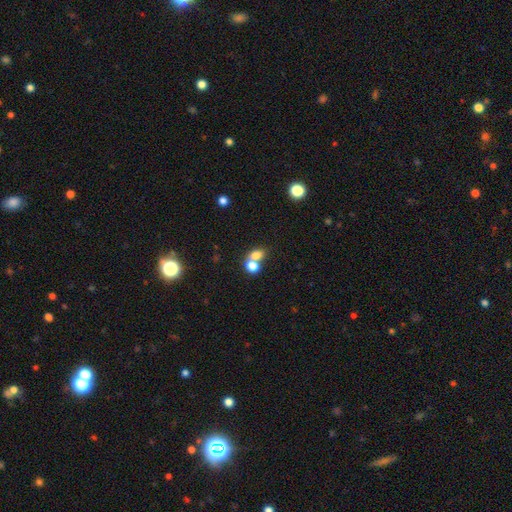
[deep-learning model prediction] The model was most divided on "how rounded": in between: 51%, round: 48%, cigar-shaped: 2%. More confident: smooth or featured — smooth (75%); merging — merger (58%).